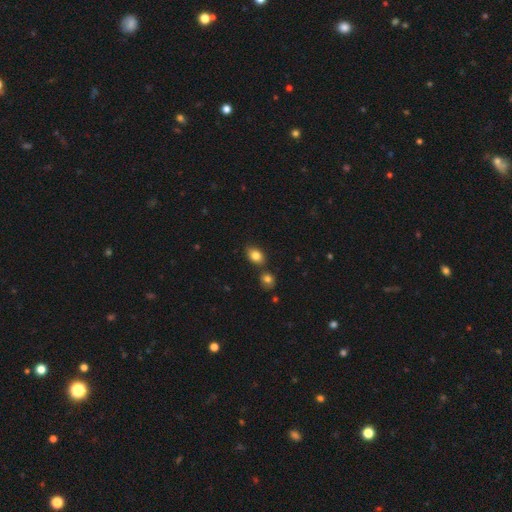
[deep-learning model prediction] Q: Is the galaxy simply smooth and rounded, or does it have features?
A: smooth — 82%.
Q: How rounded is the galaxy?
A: in between — 76%.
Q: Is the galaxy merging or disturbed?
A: none — 70%.